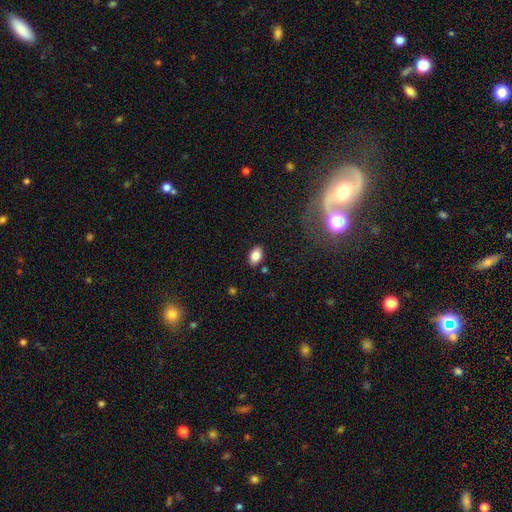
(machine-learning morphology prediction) type=smooth (84%); roundness=in between (89%); merging=none (85%).